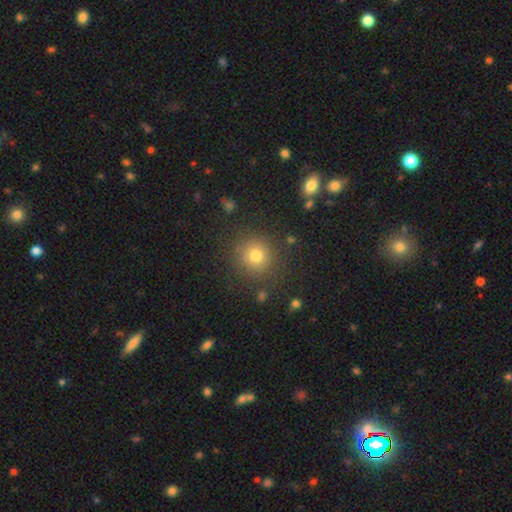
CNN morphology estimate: smooth 77%, star or artifact 15%, featured or disk 8%. Down the decision tree: how rounded — round (91%); merging — none (87%).